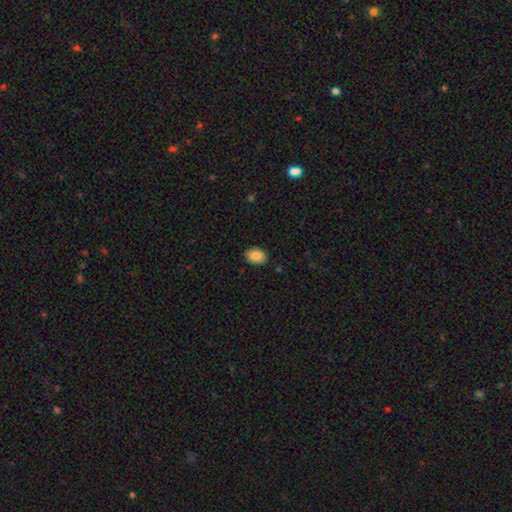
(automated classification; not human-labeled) Morphology: type=smooth (87%); roundness=in between (82%); merging=none (88%).